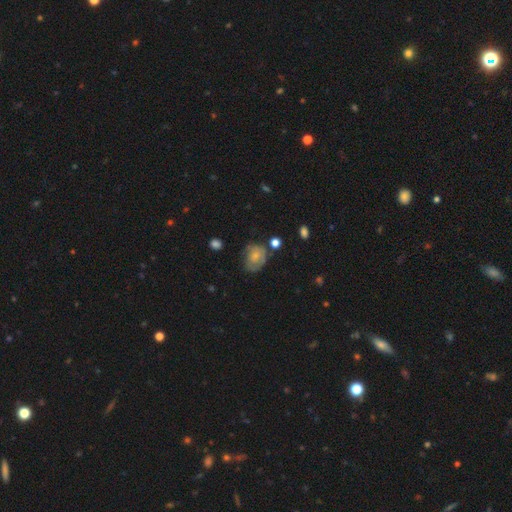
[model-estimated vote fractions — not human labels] smooth_or_featured: smooth (p=0.60) [alt: featured or disk p=0.31]
how_rounded: in between (p=0.55) [alt: round p=0.44]
merging: none (p=0.49) [alt: minor disturbance p=0.31]